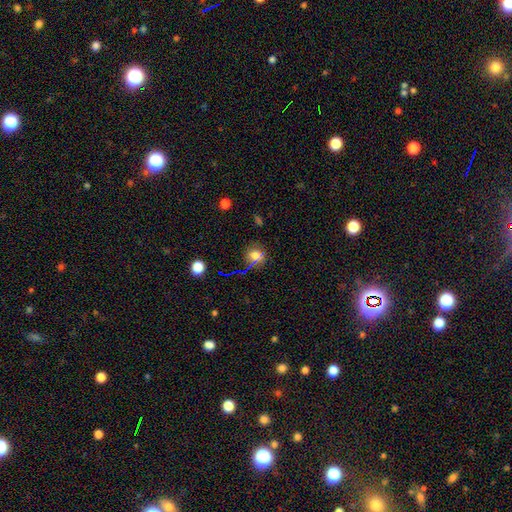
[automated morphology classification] Q: Smooth or featured?
A: smooth (66%); runner-up: star or artifact (24%)
Q: How rounded?
A: round (82%); runner-up: in between (16%)
Q: Merging?
A: none (72%); runner-up: minor disturbance (15%)